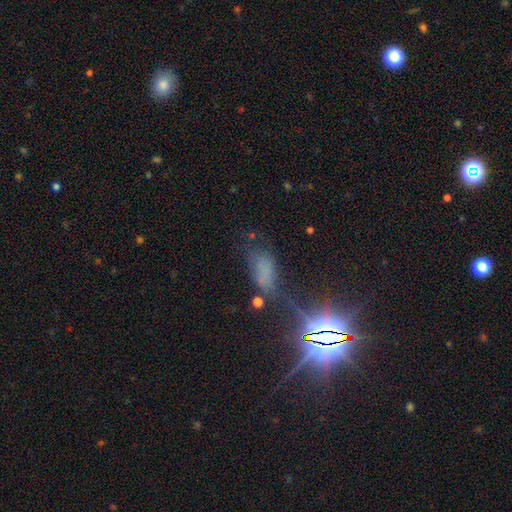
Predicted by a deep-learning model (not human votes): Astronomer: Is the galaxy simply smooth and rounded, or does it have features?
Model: star or artifact — 45% (runner-up: smooth, 40%).